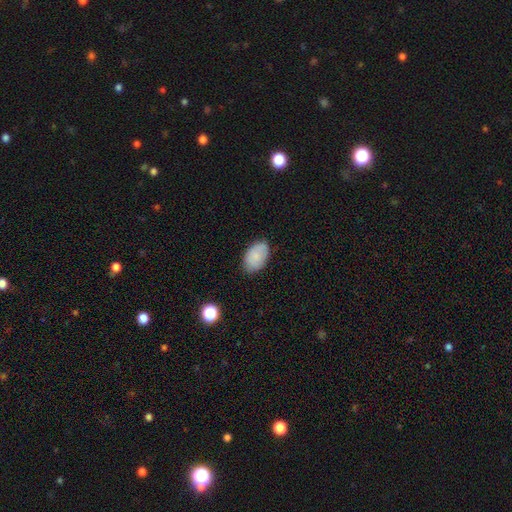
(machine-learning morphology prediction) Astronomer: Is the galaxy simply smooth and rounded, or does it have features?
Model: smooth — 81%.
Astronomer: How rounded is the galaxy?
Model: in between — 91%.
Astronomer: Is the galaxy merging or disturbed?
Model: none — 81%.